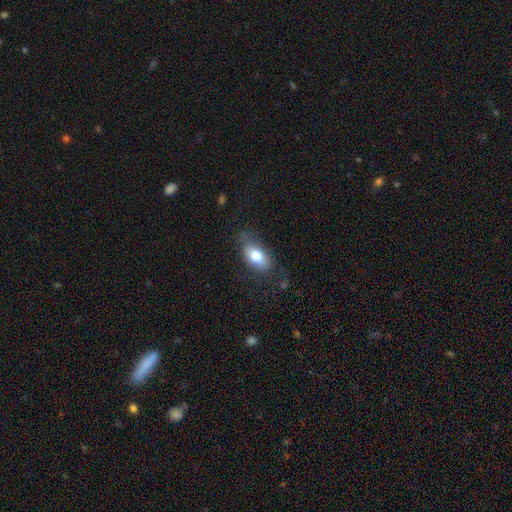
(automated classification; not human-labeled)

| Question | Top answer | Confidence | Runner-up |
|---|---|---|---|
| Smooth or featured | smooth | 75% | featured or disk (18%) |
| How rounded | in between | 89% | round (7%) |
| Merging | none | 66% | minor disturbance (23%) |